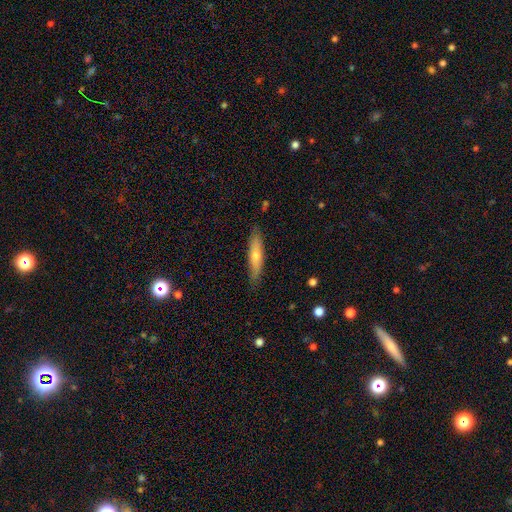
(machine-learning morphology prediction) The model was most divided on "smooth or featured": smooth: 54%, featured or disk: 39%, star or artifact: 7%. More confident: merging — none (84%); how rounded — cigar-shaped (81%).